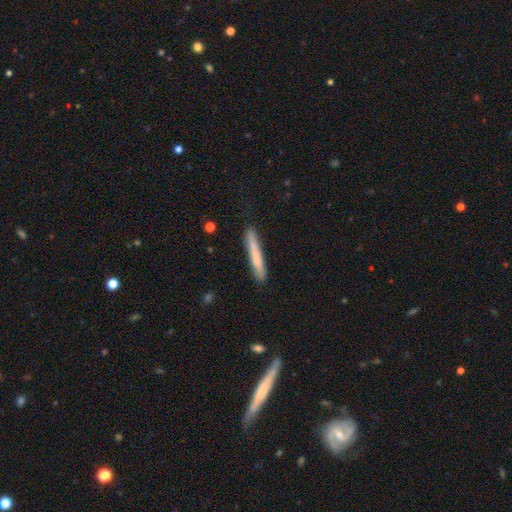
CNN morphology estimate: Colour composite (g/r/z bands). It shows a smooth galaxy with no disk features (73%) that is cigar-shaped (96%). Merging: none (87%).